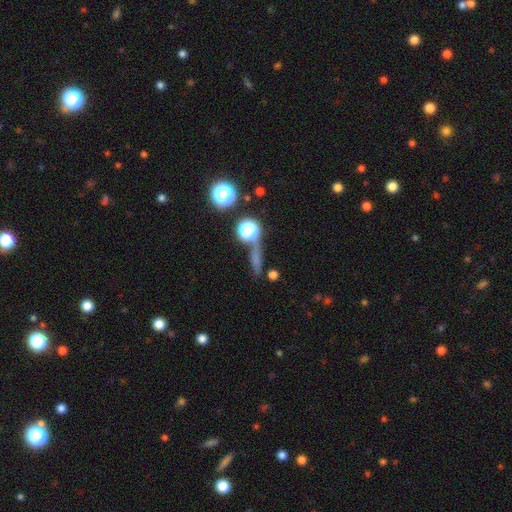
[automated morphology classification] The model was most divided on "smooth or featured": smooth: 42%, star or artifact: 38%, featured or disk: 20%. More confident: merging — none (64%).